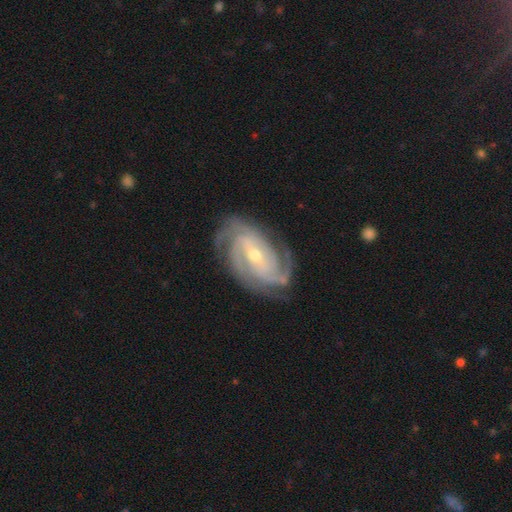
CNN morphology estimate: Smooth or featured?
  - featured or disk: 92% *
  - star or artifact: 4%
  - smooth: 4%
Edge-on disk?
  - no: 97% *
  - yes: 3%
Bar?
  - weak: 40% *
  - no: 36%
  - strong: 24%
Spiral arms?
  - yes: 98% *
  - no: 2%
Spiral winding?
  - tight: 66% *
  - medium: 29%
  - loose: 4%
Spiral arm count?
  - 3: 36% *
  - 4: 27%
  - 2: 13%
  - can't tell: 12%
  - more than 4: 6%
  - 1: 6%
Bulge size?
  - small: 53% *
  - moderate: 44%
  - large: 2%
  - none: 1%
  - dominant: 1%
Merging?
  - none: 79% *
  - minor disturbance: 15%
  - major disturbance: 5%
  - merger: 1%